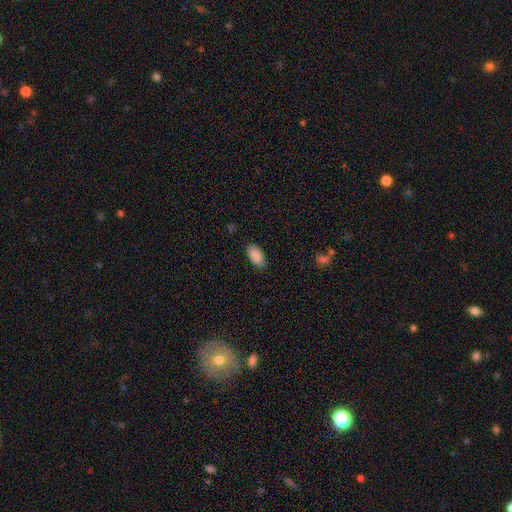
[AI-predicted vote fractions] This appears to be a smooth galaxy with no disk features (88%) that is in between round and cigar-shaped (93%). Merging: none (88%).